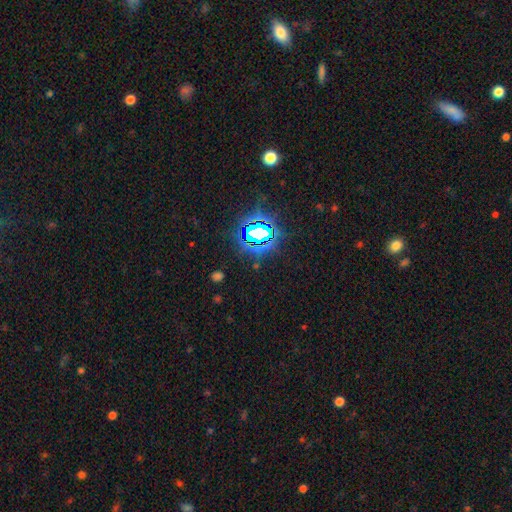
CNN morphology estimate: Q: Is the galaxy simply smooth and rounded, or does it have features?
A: star or artifact — 82%.